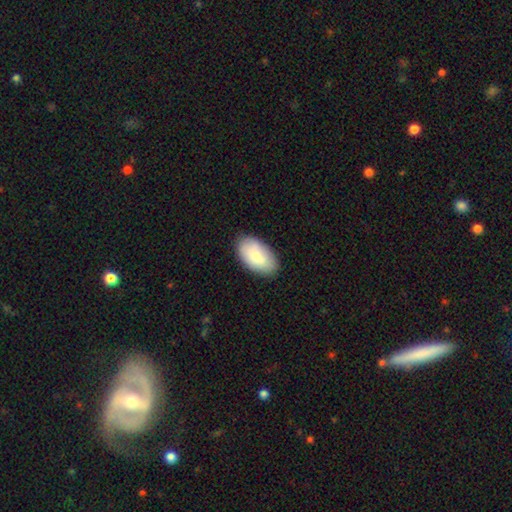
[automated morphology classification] Smooth or featured? smooth (79%)
How rounded? in between (95%)
Merging? none (85%)